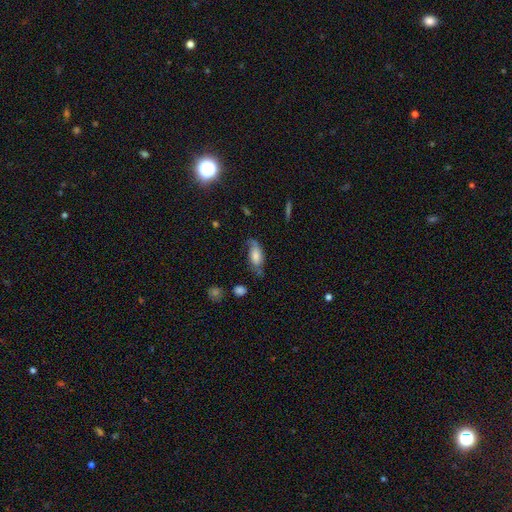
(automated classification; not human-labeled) Smooth or featured? Predicted: smooth (p=0.54). How rounded? Predicted: in between (p=0.87). Merging? Predicted: none (p=0.50).